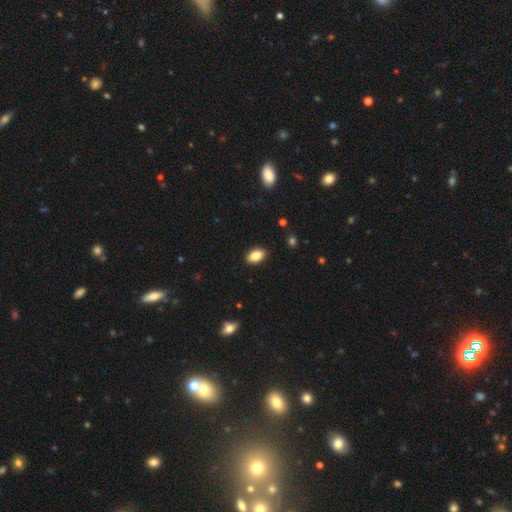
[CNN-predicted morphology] A smooth galaxy with no disk features (86%) that is in between round and cigar-shaped (91%).

Vote fractions:
- Smooth or featured? smooth: 86% / star or artifact: 8% / featured or disk: 7%
- How rounded? in between: 91% / round: 6% / cigar-shaped: 2%
- Merging? none: 89% / minor disturbance: 8% / major disturbance: 2% / merger: 1%